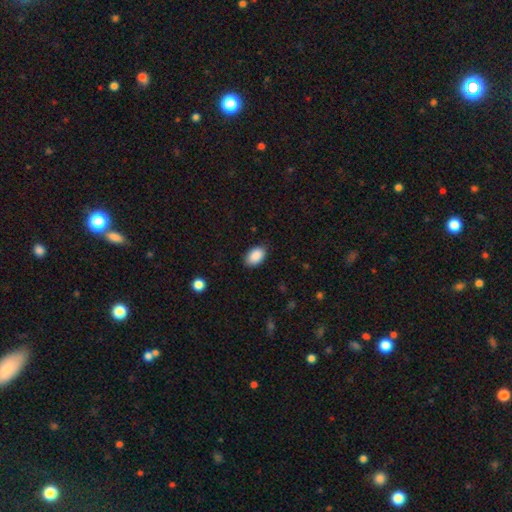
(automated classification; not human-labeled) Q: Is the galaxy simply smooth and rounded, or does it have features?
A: smooth — 90%.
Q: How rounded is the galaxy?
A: in between — 91%.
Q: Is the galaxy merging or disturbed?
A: none — 86%.